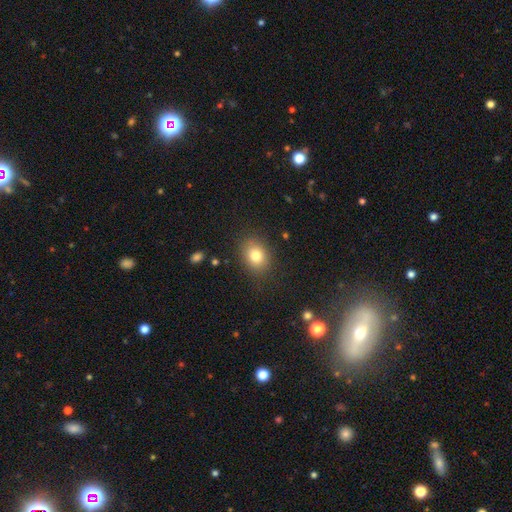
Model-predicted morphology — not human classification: A smooth galaxy with no disk features (79%) that is in between round and cigar-shaped (50%).

Vote fractions:
- Smooth or featured? smooth: 79% / star or artifact: 11% / featured or disk: 10%
- How rounded? in between: 50% / round: 49% / cigar-shaped: 1%
- Merging? none: 84% / minor disturbance: 11% / major disturbance: 4% / merger: 1%